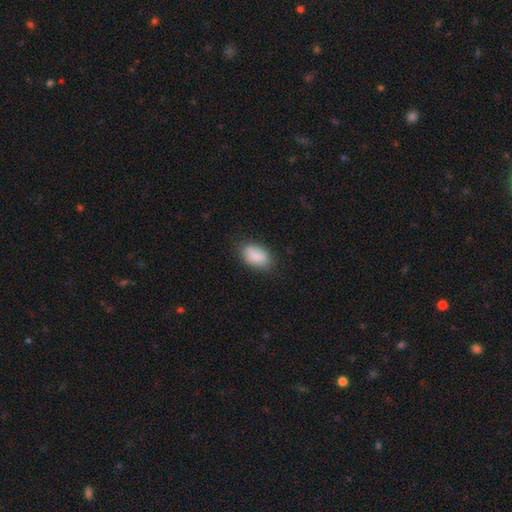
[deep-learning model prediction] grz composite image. It shows a smooth galaxy with no disk features (86%) that is in between round and cigar-shaped (90%). Merging: none (76%).